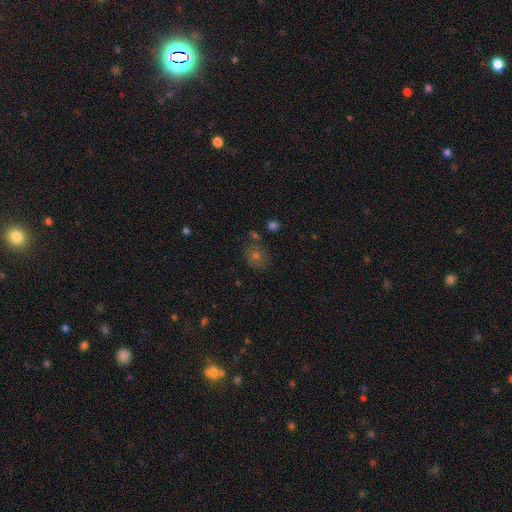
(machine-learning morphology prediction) smooth-or-featured: smooth: 51% | star or artifact: 29% | featured or disk: 20%
  how-rounded: round: 75% | in between: 24% | cigar-shaped: 1%
  merging: none: 73% | minor disturbance: 14% | merger: 8% | major disturbance: 5%